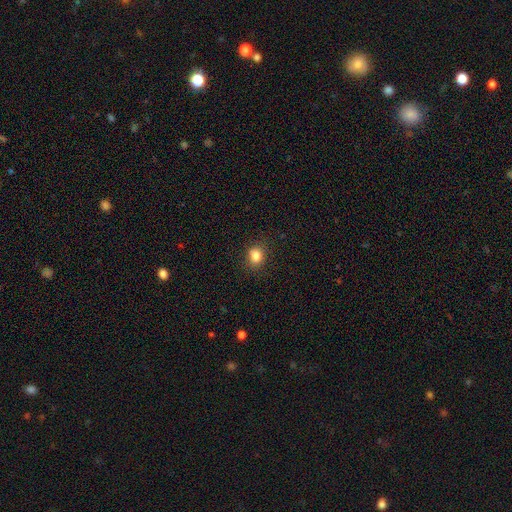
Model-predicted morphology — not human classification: smooth-or-featured: smooth: 83% | star or artifact: 11% | featured or disk: 5%
  how-rounded: round: 56% | in between: 43% | cigar-shaped: 1%
  merging: none: 84% | minor disturbance: 11% | major disturbance: 3% | merger: 1%